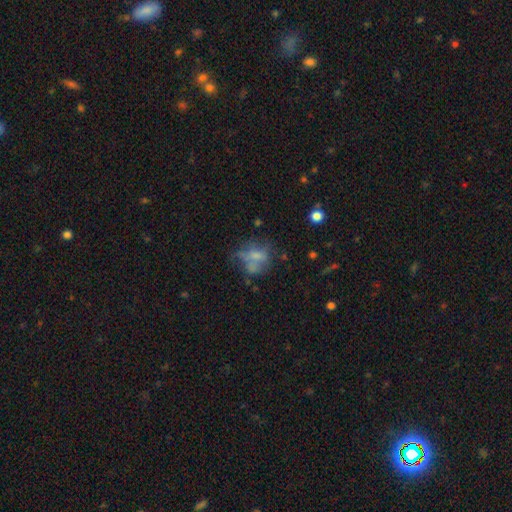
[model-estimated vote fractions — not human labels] smooth 47%, featured or disk 36%, star or artifact 16%. Down the decision tree: merging — none (38%).